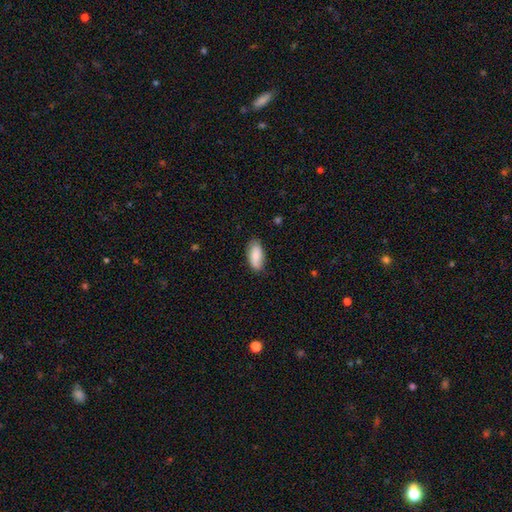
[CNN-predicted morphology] smooth 83%, featured or disk 11%, star or artifact 6%. Down the decision tree: how rounded — in between (88%); merging — none (78%).